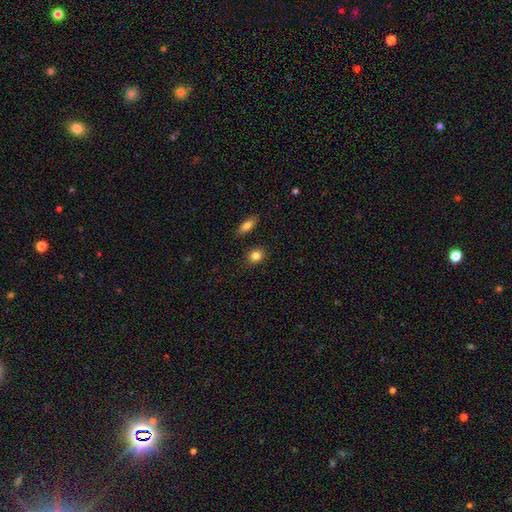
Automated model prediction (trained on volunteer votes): The model was most divided on "how rounded": round: 55%, in between: 43%, cigar-shaped: 2%. More confident: merging — none (85%); smooth or featured — smooth (84%).